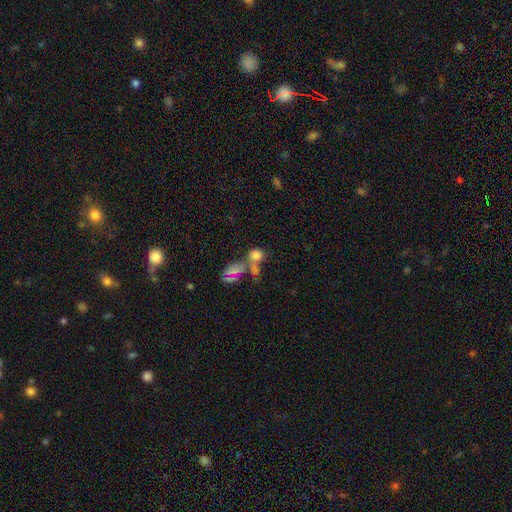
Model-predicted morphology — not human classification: Smooth or featured? smooth (71%)
How rounded? round (53%)
Merging? merger (53%)